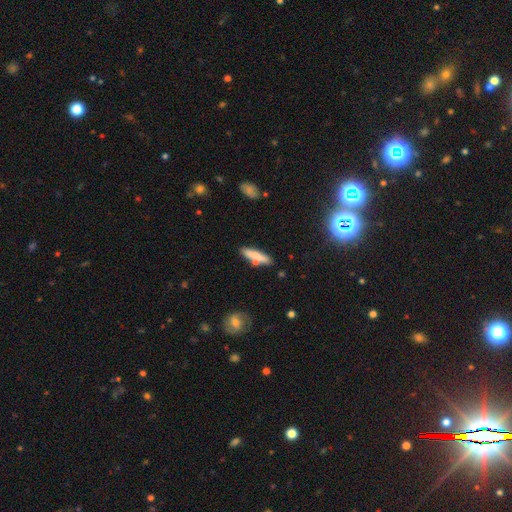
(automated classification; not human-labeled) Smooth or featured: smooth — 72% (featured or disk — 21%)
How rounded: cigar-shaped — 79% (in between — 19%)
Merging: none — 73% (minor disturbance — 13%)